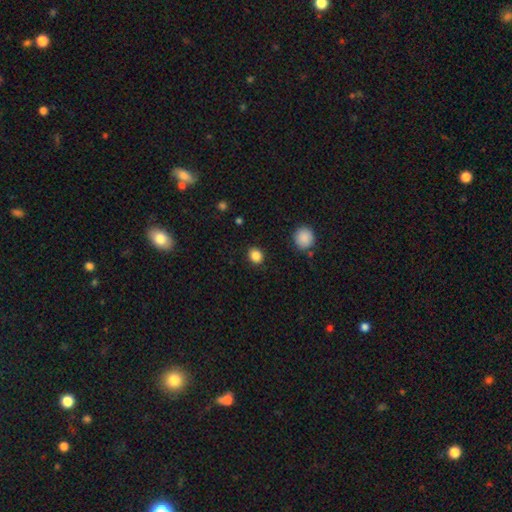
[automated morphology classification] Overall: smooth (85%). How rounded: round (68%; in between 32%). Merging: none (89%).